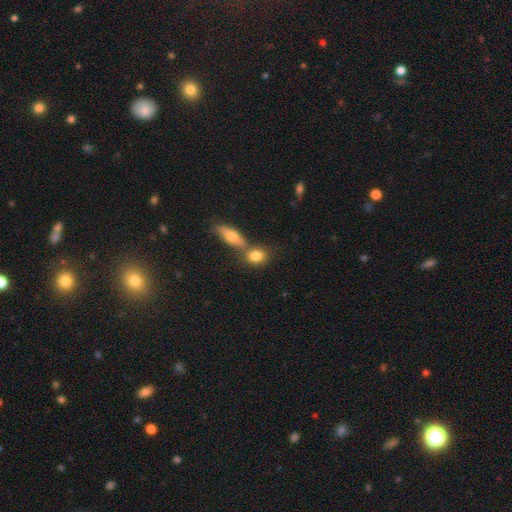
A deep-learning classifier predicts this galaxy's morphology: Overall: smooth (81%). How rounded: in between (54%; round 42%). Merging: none (45%; merger 43%).